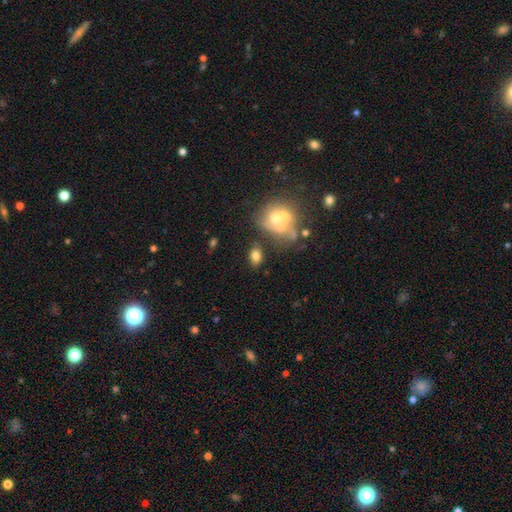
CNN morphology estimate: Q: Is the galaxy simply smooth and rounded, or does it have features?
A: smooth — 74%.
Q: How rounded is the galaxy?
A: in between — 82%.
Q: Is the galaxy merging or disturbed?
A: none — 65%.